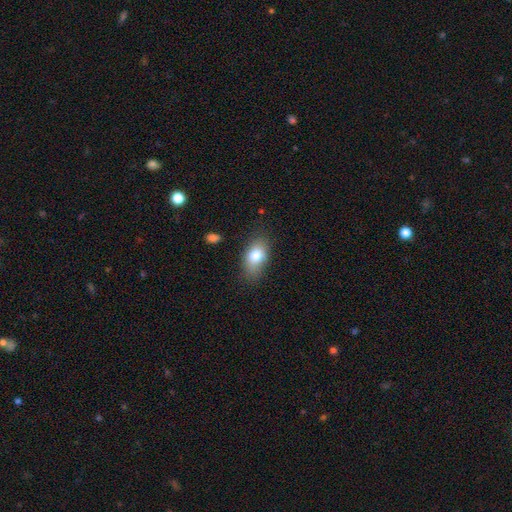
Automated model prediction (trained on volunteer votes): The model was most divided on "merging": none: 77%, minor disturbance: 17%, major disturbance: 5%, merger: 2%. More confident: how rounded — in between (88%); smooth or featured — smooth (78%).